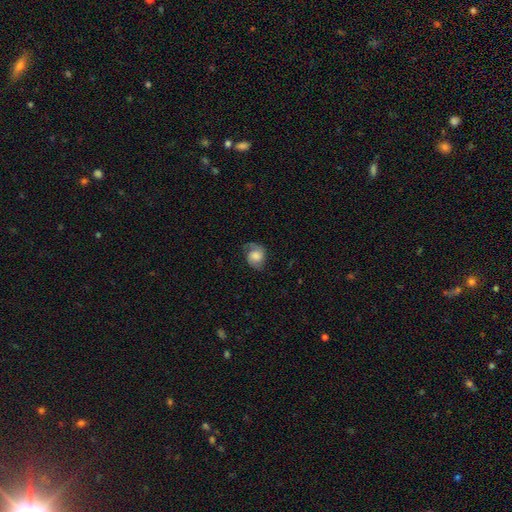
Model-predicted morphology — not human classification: A featured or disk galaxy (58%) with no bar (61%), 2 (77%) medium (44%) spiral arms (93%) and a moderate central bulge (35%).

Vote fractions:
- Smooth or featured? featured or disk: 58% / smooth: 33% / star or artifact: 9%
- Edge-on disk? no: 97% / yes: 3%
- Bar? no: 61% / weak: 33% / strong: 6%
- Spiral arms? yes: 93% / no: 7%
- Spiral winding? medium: 44% / loose: 31% / tight: 25%
- Spiral arm count? 2: 77% / 1: 15% / can't tell: 5% / 3: 1% / 4: 1% / more than 4: 1%
- Bulge size? moderate: 35% / large: 27% / small: 20% / none: 12% / dominant: 5%
- Merging? none: 66% / minor disturbance: 22% / major disturbance: 11% / merger: 1%